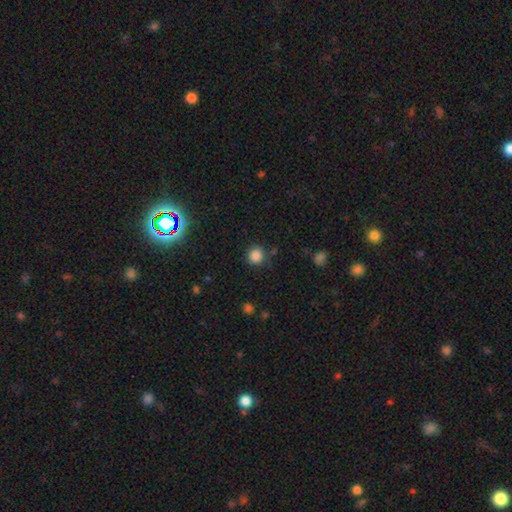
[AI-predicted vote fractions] Q: Smooth or featured?
A: smooth (84%); runner-up: star or artifact (12%)
Q: How rounded?
A: round (92%); runner-up: in between (7%)
Q: Merging?
A: none (83%); runner-up: minor disturbance (10%)